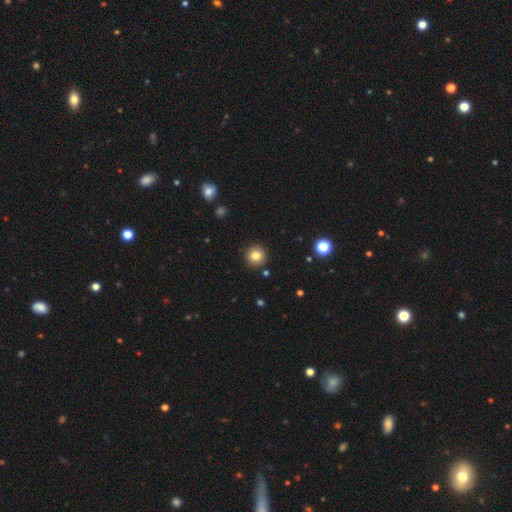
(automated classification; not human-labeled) Smooth or featured?
  - smooth: 83% *
  - star or artifact: 11%
  - featured or disk: 7%
How rounded?
  - round: 94% *
  - in between: 5%
  - cigar-shaped: 1%
Merging?
  - none: 92% *
  - minor disturbance: 5%
  - major disturbance: 2%
  - merger: 1%